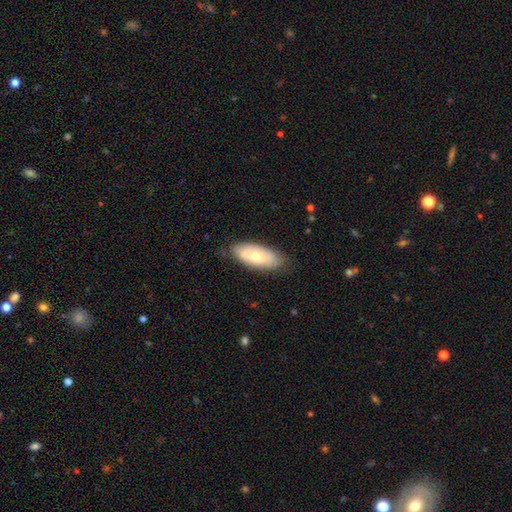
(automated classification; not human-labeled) The model was most divided on "smooth or featured": smooth: 63%, featured or disk: 31%, star or artifact: 6%. More confident: how rounded — in between (87%); merging — none (79%).